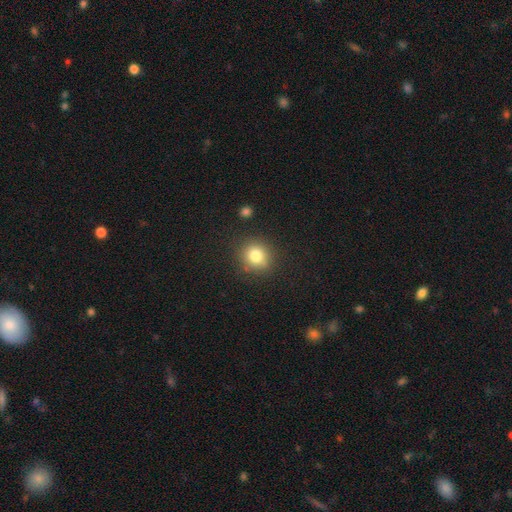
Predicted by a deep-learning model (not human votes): Smooth or featured: smooth — 80% (star or artifact — 12%)
How rounded: round — 85% (in between — 14%)
Merging: none — 83% (minor disturbance — 11%)